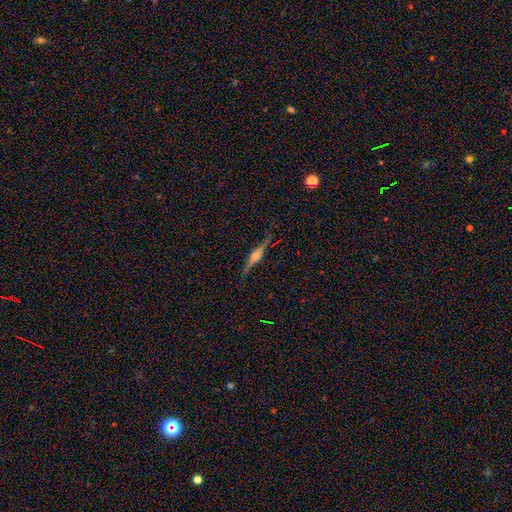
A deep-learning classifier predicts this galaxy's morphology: type=featured or disk (76%); edge-on=yes (97%); edge-on bulge=rounded (83%); merging=none (84%).